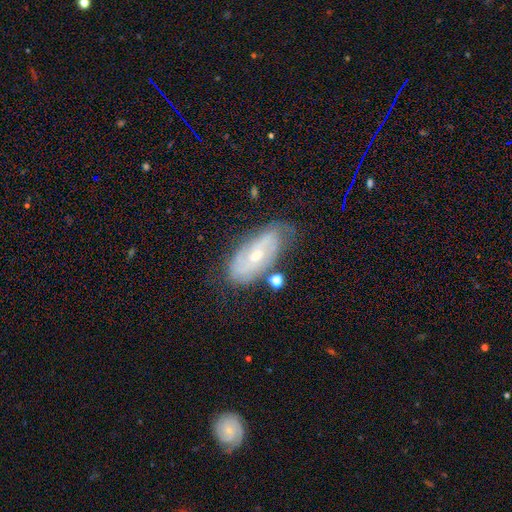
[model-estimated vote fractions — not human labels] featured or disk 74%, smooth 19%, star or artifact 7%. Down the decision tree: edge-on disk — no (91%); bar — no (46%); spiral arms — yes (88%); spiral arm count — 2 (54%); spiral winding — tight (48%); bulge size — small (50%); merging — none (67%).